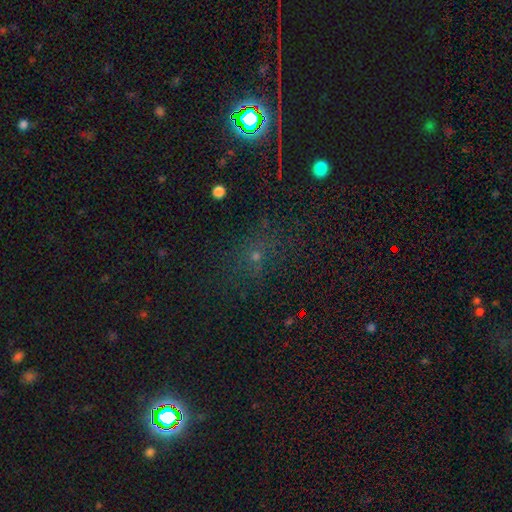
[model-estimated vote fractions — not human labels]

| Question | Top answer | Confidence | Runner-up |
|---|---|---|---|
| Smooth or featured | star or artifact | 51% | smooth (36%) |